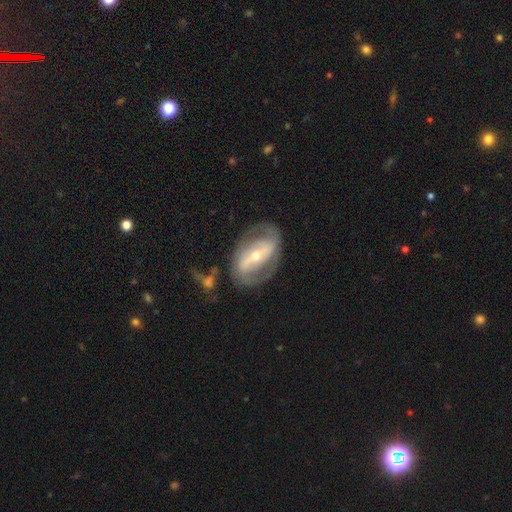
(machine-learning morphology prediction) Smooth or featured?
  - featured or disk: 82% *
  - smooth: 13%
  - star or artifact: 5%
Edge-on disk?
  - no: 94% *
  - yes: 6%
Bar?
  - strong: 57% *
  - weak: 26%
  - no: 17%
Spiral arms?
  - yes: 80% *
  - no: 20%
Spiral winding?
  - medium: 43% *
  - tight: 35%
  - loose: 23%
Spiral arm count?
  - 2: 80% *
  - can't tell: 12%
  - 1: 3%
  - 3: 3%
  - 4: 1%
  - more than 4: 1%
Bulge size?
  - small: 52% *
  - moderate: 44%
  - large: 2%
  - none: 1%
  - dominant: 1%
Merging?
  - none: 70% *
  - minor disturbance: 16%
  - major disturbance: 10%
  - merger: 4%